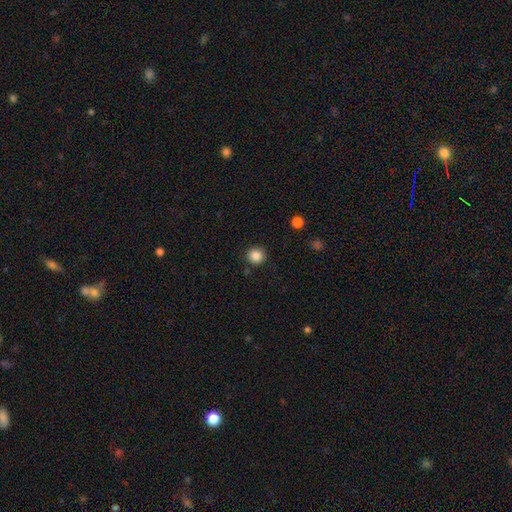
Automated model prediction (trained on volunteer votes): Morphology: type=smooth (87%); roundness=round (93%); merging=none (89%).